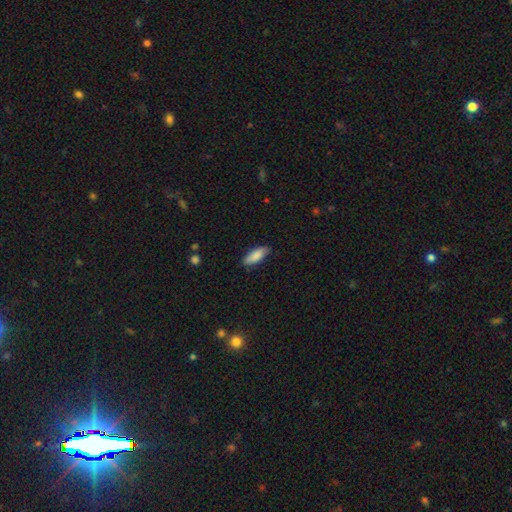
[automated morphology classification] Smooth or featured? smooth (86%)
How rounded? in between (71%)
Merging? none (83%)